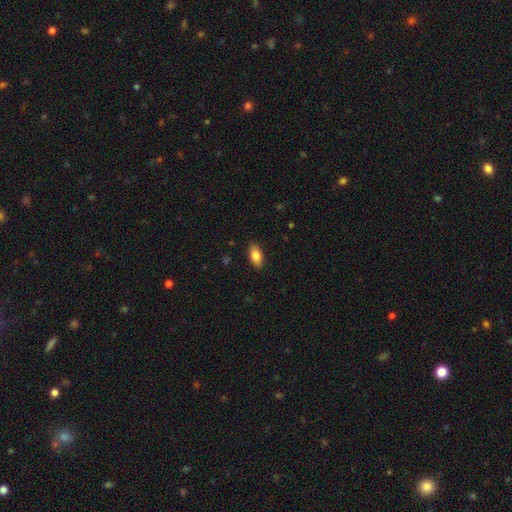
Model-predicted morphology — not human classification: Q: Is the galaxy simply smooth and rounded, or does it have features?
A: smooth — 86%.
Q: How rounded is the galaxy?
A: in between — 90%.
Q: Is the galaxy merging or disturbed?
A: none — 87%.